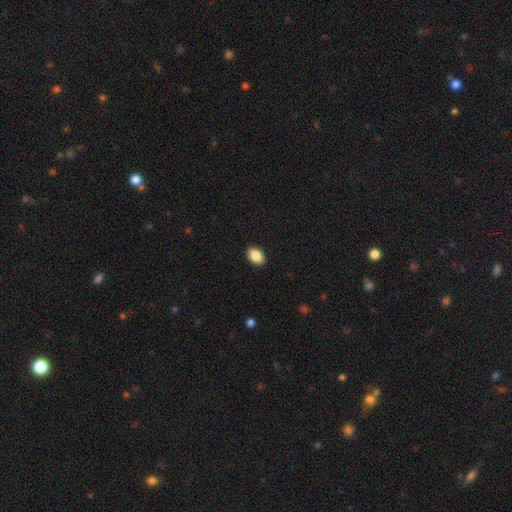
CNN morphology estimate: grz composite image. It shows a smooth galaxy with no disk features (88%) that is in between round and cigar-shaped (87%). Merging: none (91%).